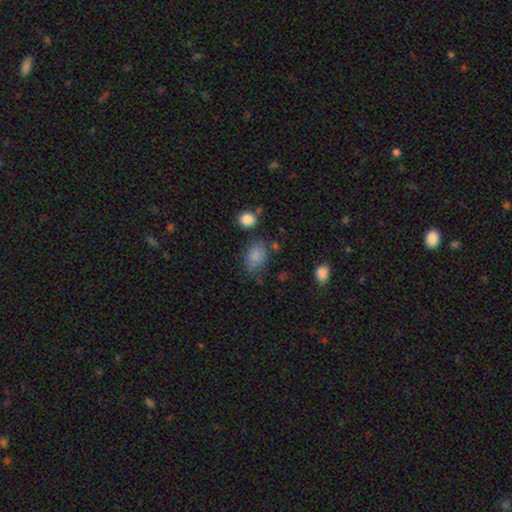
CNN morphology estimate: smooth_or_featured: smooth (p=0.82) [alt: star or artifact p=0.10]
how_rounded: in between (p=0.77) [alt: round p=0.22]
merging: none (p=0.60) [alt: minor disturbance p=0.25]